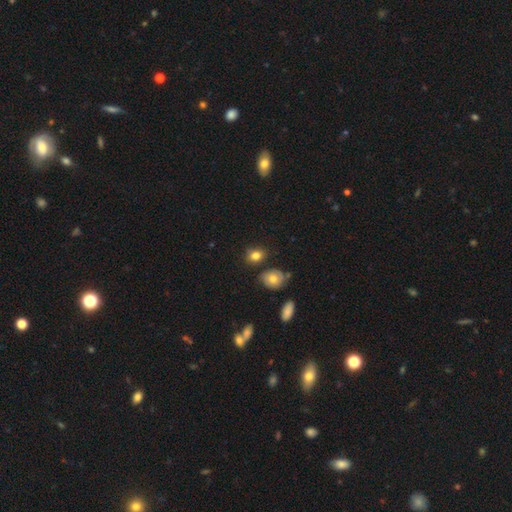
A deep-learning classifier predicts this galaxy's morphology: This appears to be a smooth galaxy with no disk features (81%) that is in between round and cigar-shaped (57%). Merging: none (74%).